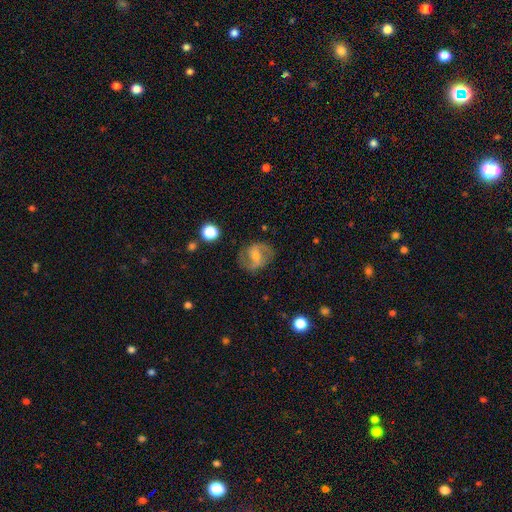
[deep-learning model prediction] A featured or disk galaxy (72%) with a weak bar (47%), 2 (89%) medium (48%) spiral arms (88%) and a small central bulge (44%).

Vote fractions:
- Smooth or featured? featured or disk: 72% / smooth: 20% / star or artifact: 8%
- Edge-on disk? no: 97% / yes: 3%
- Bar? weak: 47% / strong: 33% / no: 20%
- Spiral arms? yes: 88% / no: 12%
- Spiral winding? medium: 48% / loose: 34% / tight: 18%
- Spiral arm count? 2: 89% / can't tell: 6% / 1: 2% / 3: 1% / 4: 1% / more than 4: 1%
- Bulge size? small: 44% / moderate: 40% / none: 10% / large: 5% / dominant: 1%
- Merging? none: 79% / minor disturbance: 14% / major disturbance: 6% / merger: 1%